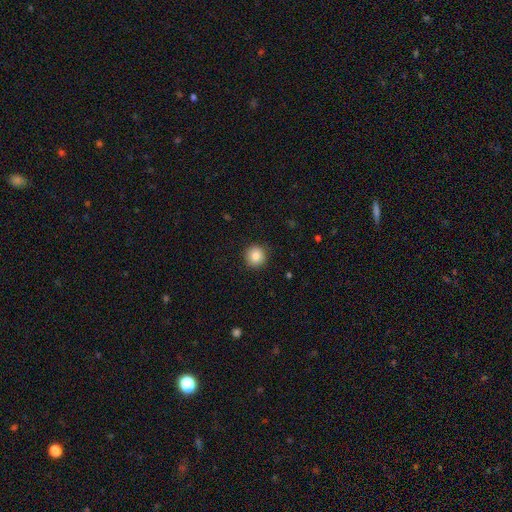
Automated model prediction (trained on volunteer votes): This appears to be a smooth galaxy with no disk features (85%) that is round (94%). Merging: none (91%).